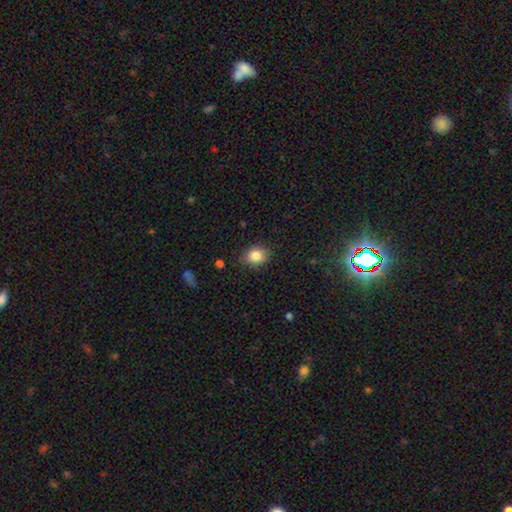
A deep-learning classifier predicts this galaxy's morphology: This is clearly a smooth galaxy (85%). How rounded: possibly round (53%). Merging: clearly none (83%).